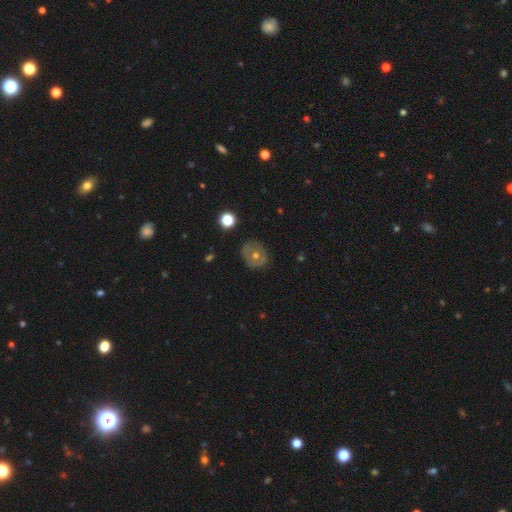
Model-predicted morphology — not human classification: A smooth galaxy with no disk features (45%). Merging: none (82%).